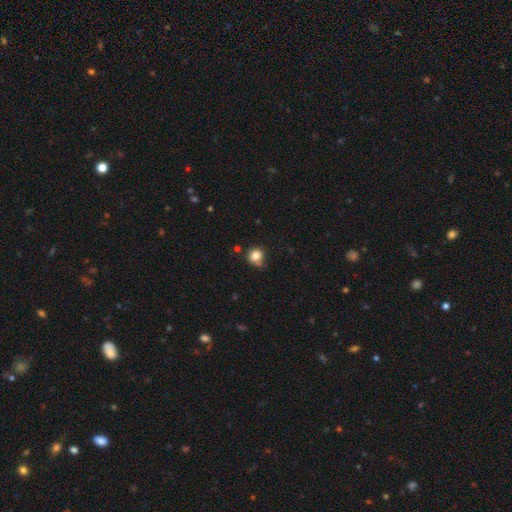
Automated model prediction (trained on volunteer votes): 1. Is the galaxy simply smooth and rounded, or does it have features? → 81% smooth, 12% star or artifact, 7% featured or disk.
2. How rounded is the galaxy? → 86% round, 13% in between, 1% cigar-shaped.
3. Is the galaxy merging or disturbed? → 66% none, 22% minor disturbance, 7% merger, 5% major disturbance.